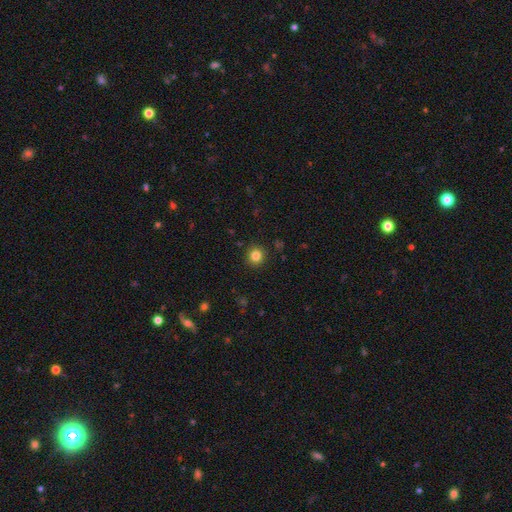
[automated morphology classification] Overall: smooth (83%). How rounded: round (92%). Merging: none (91%).